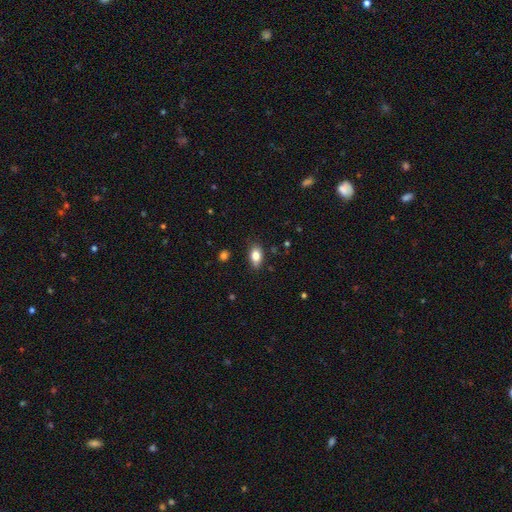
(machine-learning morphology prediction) A smooth galaxy with no disk features (81%) that is in between round and cigar-shaped (87%). Merging: none (78%).